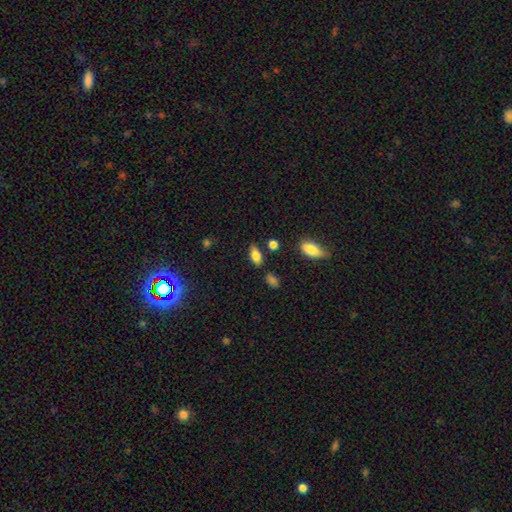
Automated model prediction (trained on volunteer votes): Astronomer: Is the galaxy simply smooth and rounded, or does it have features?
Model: smooth — 80%.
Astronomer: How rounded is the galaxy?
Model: in between — 87%.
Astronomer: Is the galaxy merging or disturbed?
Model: none — 77%.